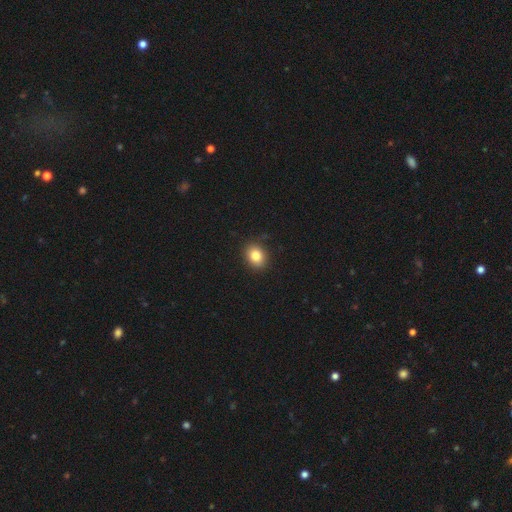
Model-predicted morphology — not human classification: A smooth galaxy with no disk features (83%) that is round (50%).

Vote fractions:
- Smooth or featured? smooth: 83% / star or artifact: 10% / featured or disk: 7%
- How rounded? round: 50% / in between: 49% / cigar-shaped: 1%
- Merging? none: 87% / minor disturbance: 10% / major disturbance: 2% / merger: 1%